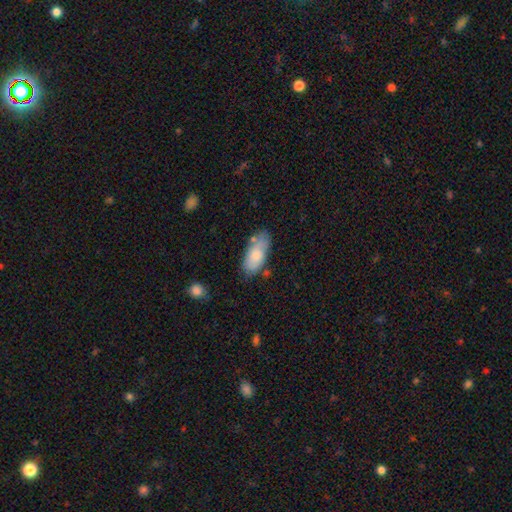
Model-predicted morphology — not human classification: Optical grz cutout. It shows a smooth galaxy with no disk features (75%) that is in between round and cigar-shaped (88%). Merging: none (61%).